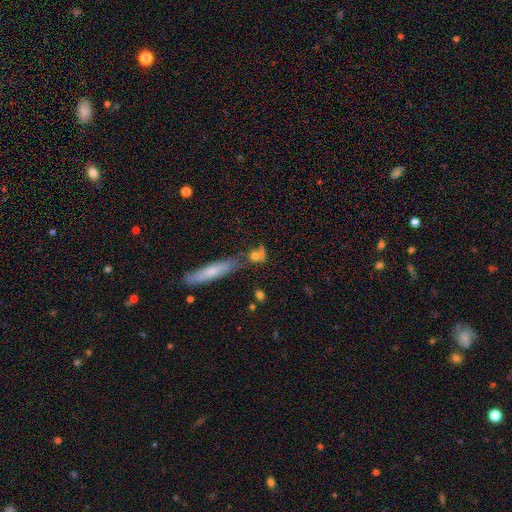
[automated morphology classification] A smooth galaxy with no disk features (64%) that is round (50%). Merging: none (53%).